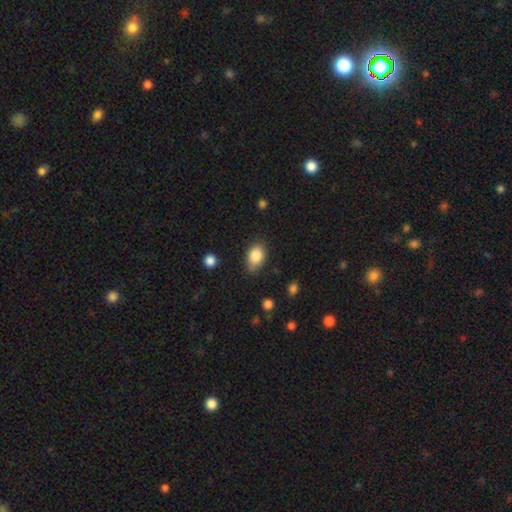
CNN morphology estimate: The model was most divided on "merging": none: 72%, minor disturbance: 22%, major disturbance: 4%, merger: 2%. More confident: smooth or featured — smooth (85%); how rounded — in between (80%).